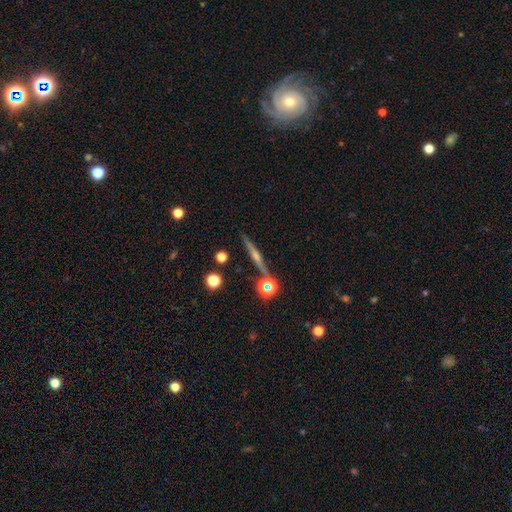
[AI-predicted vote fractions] This appears to be a featured or disk galaxy (65%) viewed edge-on (88%) with a rounded central bulge (75%). Merging: none (76%).